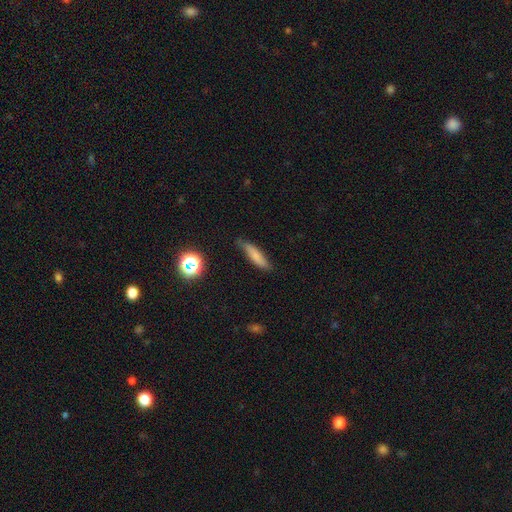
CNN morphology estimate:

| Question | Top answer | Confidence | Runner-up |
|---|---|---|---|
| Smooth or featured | smooth | 76% | featured or disk (15%) |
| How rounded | cigar-shaped | 73% | in between (24%) |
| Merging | none | 73% | minor disturbance (21%) |